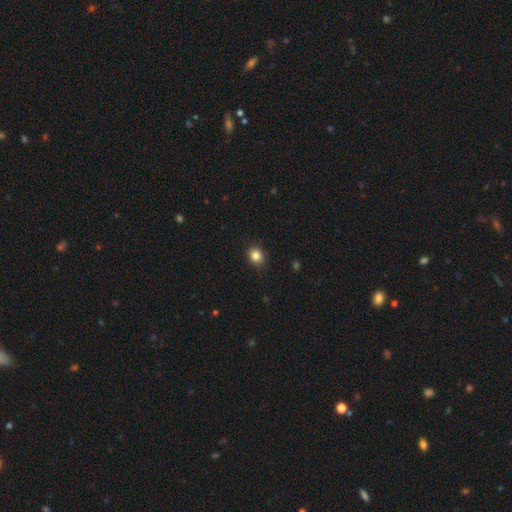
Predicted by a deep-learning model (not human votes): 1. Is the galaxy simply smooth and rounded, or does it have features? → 85% smooth, 11% star or artifact, 5% featured or disk.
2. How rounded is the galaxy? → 59% round, 40% in between, 1% cigar-shaped.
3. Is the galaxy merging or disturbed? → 87% none, 10% minor disturbance, 2% major disturbance, 1% merger.